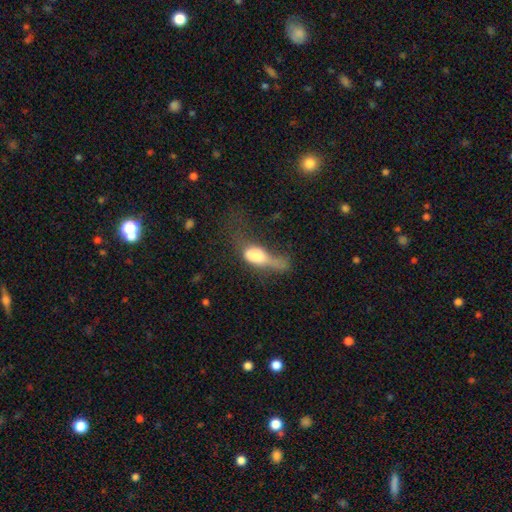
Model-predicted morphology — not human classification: A smooth galaxy with no disk features (63%) that is in between round and cigar-shaped (72%).

Vote fractions:
- Smooth or featured? smooth: 63% / featured or disk: 27% / star or artifact: 10%
- How rounded? in between: 72% / cigar-shaped: 20% / round: 8%
- Merging? major disturbance: 55% / minor disturbance: 16% / merger: 15% / none: 14%